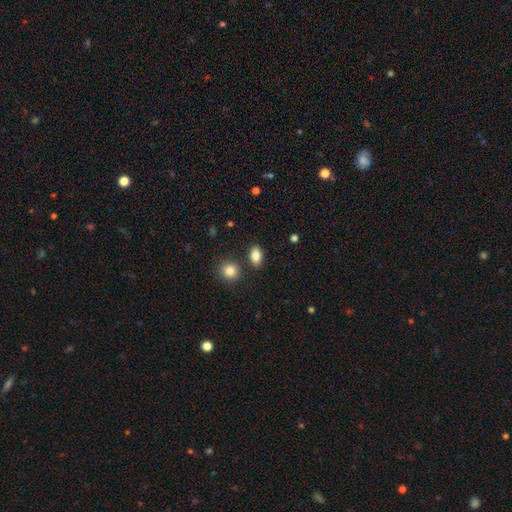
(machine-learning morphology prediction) The model was most divided on "how rounded": in between: 84%, round: 12%, cigar-shaped: 3%. More confident: smooth or featured — smooth (85%); merging — none (82%).